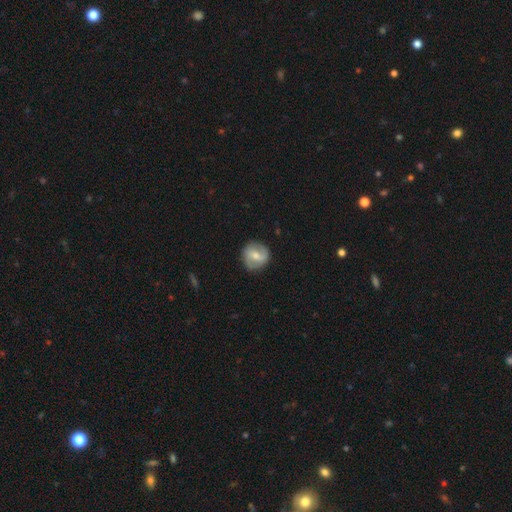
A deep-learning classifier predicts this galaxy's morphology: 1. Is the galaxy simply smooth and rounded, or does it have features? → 62% featured or disk, 32% smooth, 6% star or artifact.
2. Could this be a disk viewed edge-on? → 97% no, 3% yes.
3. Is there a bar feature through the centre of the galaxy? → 50% weak, 26% no, 25% strong.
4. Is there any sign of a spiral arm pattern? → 84% yes, 16% no.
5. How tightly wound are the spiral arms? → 44% medium, 30% tight, 25% loose.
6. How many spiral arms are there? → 85% 2, 8% can't tell, 3% 1, 2% 3, 1% 4, 1% more than 4.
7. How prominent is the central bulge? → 51% moderate, 42% small, 3% none, 3% large, 1% dominant.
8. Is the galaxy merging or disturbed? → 84% none, 12% minor disturbance, 3% major disturbance, 1% merger.